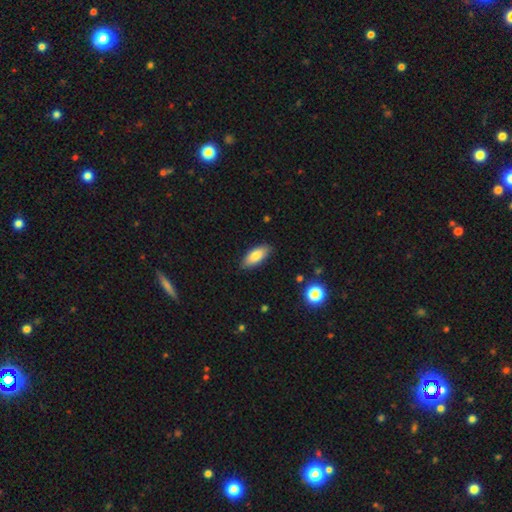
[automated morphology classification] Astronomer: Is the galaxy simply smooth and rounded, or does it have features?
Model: smooth — 84%.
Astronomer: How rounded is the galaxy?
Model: in between — 84%.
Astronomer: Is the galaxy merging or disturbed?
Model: none — 87%.